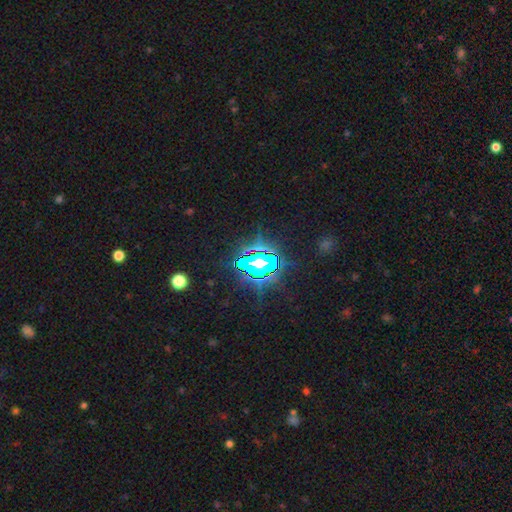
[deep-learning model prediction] Smooth or featured? star or artifact (81%)